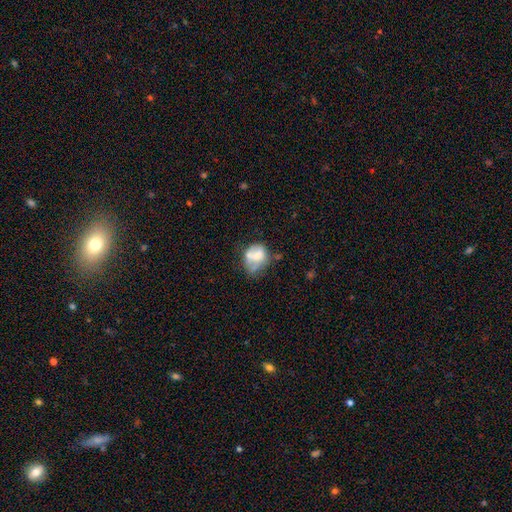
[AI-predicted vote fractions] Smooth or featured? smooth (57%)
How rounded? round (52%)
Merging? none (30%)